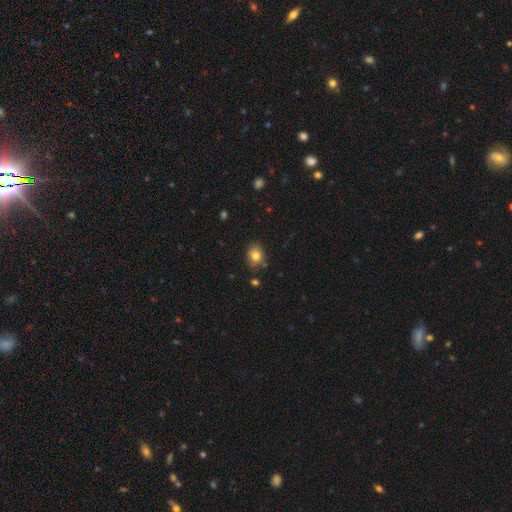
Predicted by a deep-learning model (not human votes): The model was most divided on "how rounded": round: 51%, in between: 48%, cigar-shaped: 1%. More confident: merging — none (81%); smooth or featured — smooth (79%).